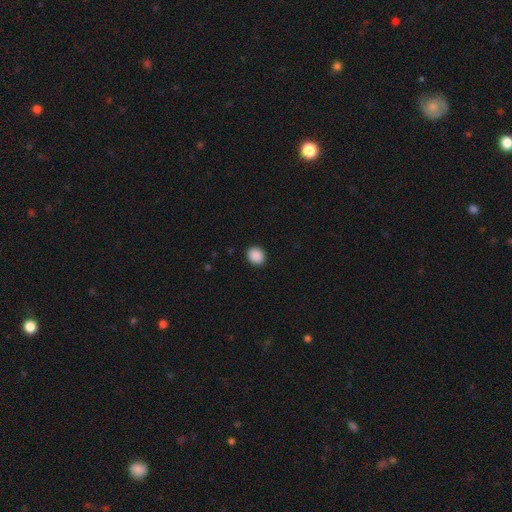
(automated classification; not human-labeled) This is clearly a smooth galaxy (89%). How rounded: likely round (76%). Merging: clearly none (92%).